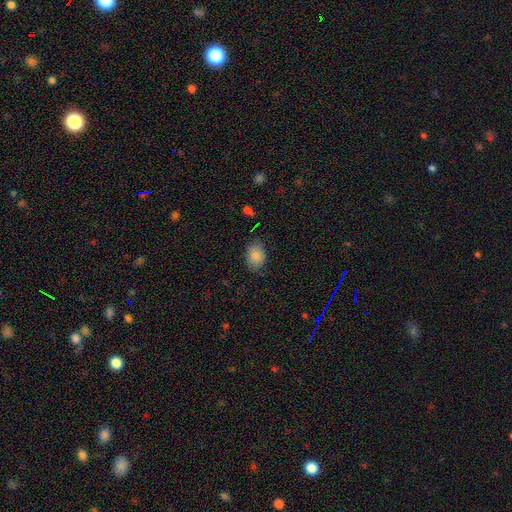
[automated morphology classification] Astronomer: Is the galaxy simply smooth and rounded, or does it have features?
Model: smooth — 87%.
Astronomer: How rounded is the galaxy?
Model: in between — 74%.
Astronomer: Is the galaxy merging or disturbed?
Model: none — 77%.